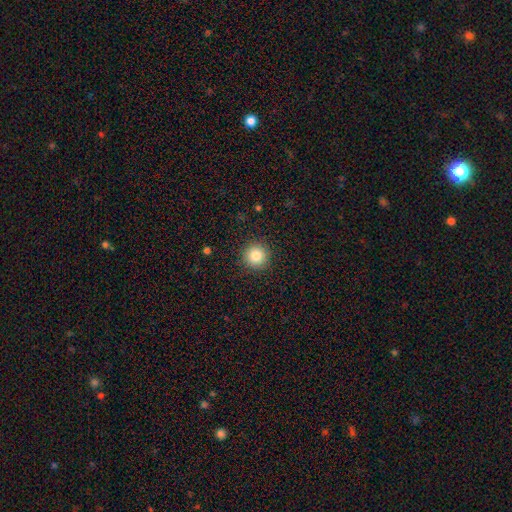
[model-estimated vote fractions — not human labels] Smooth or featured? Predicted: smooth (p=0.84). How rounded? Predicted: round (p=0.95). Merging? Predicted: none (p=0.91).